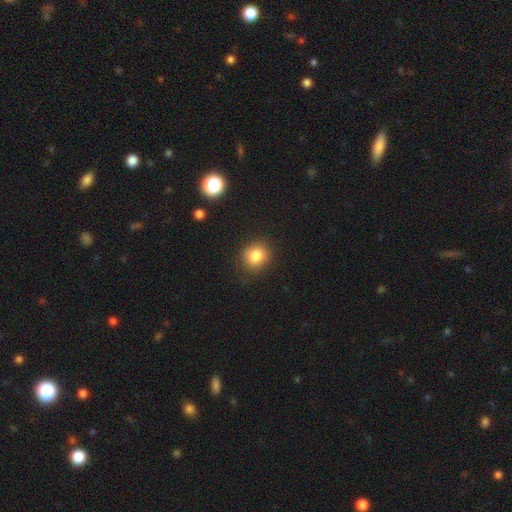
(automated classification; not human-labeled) Smooth or featured?
  - smooth: 83% *
  - star or artifact: 11%
  - featured or disk: 6%
How rounded?
  - round: 80% *
  - in between: 19%
  - cigar-shaped: 1%
Merging?
  - none: 83% *
  - minor disturbance: 12%
  - major disturbance: 3%
  - merger: 1%